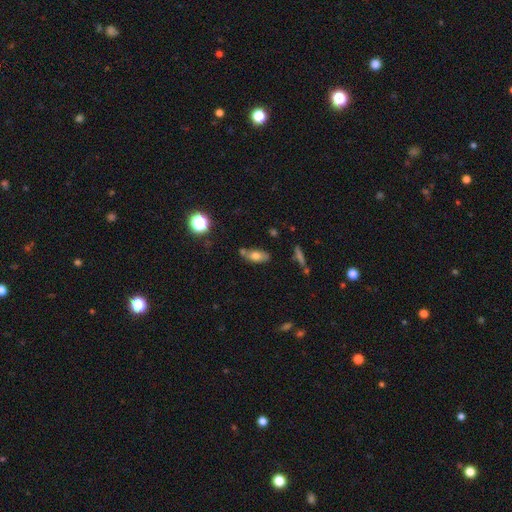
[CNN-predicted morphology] This appears to be a smooth galaxy with no disk features (67%) that is in between round and cigar-shaped (80%). Merging: none (55%).